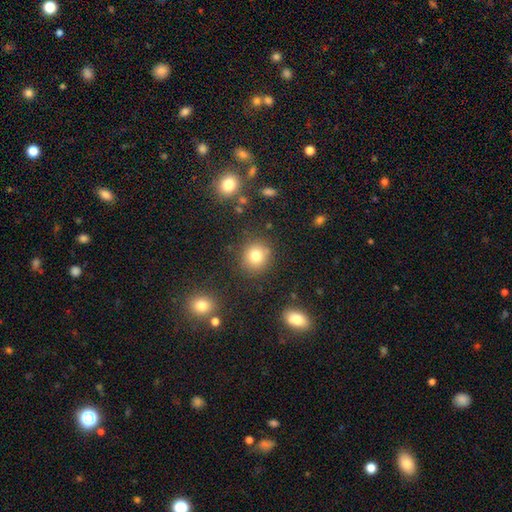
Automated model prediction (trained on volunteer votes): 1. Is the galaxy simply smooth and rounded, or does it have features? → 79% smooth, 13% star or artifact, 8% featured or disk.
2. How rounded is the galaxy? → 85% round, 14% in between, 1% cigar-shaped.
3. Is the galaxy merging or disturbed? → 85% none, 9% minor disturbance, 3% merger, 3% major disturbance.